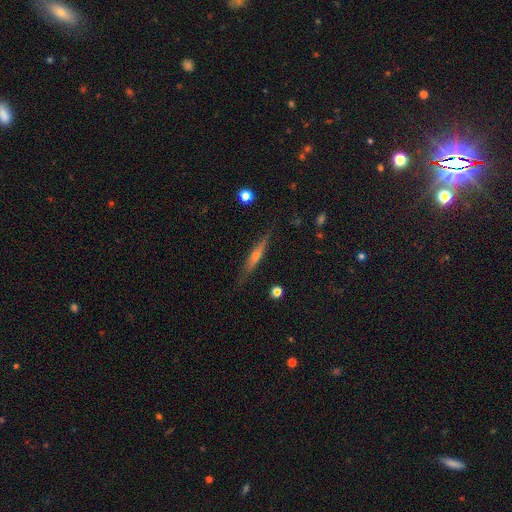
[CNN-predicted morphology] A featured or disk galaxy (58%) viewed edge-on (95%) with a rounded central bulge (60%). Merging: none (85%).